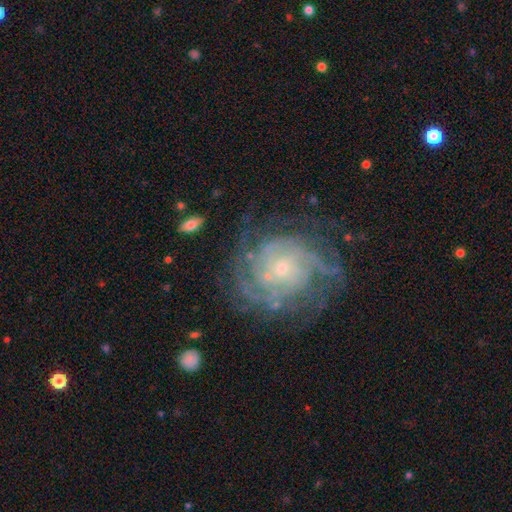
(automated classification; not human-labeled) This is likely a featured or disk galaxy (78%). It is clearly not viewed edge-on (97%). Bar: likely no (70%). Spiral arm pattern: clearly yes (95%). Spiral arm count: marginally can't tell (37%). Spiral winding: likely tight (66%). Central bulge: likely small (70%). Merging: likely none (76%).